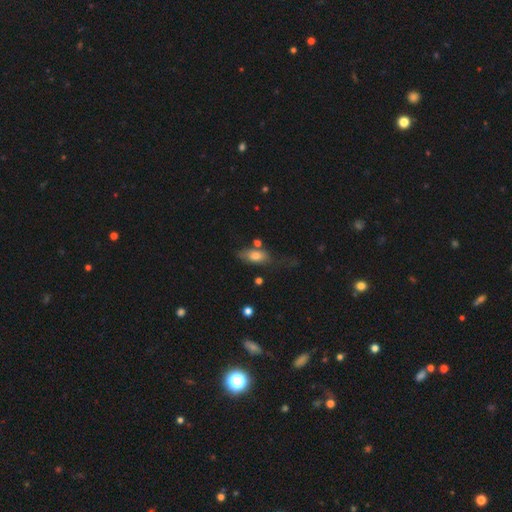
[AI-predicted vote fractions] Smooth or featured? smooth (72%)
How rounded? in between (85%)
Merging? none (45%)